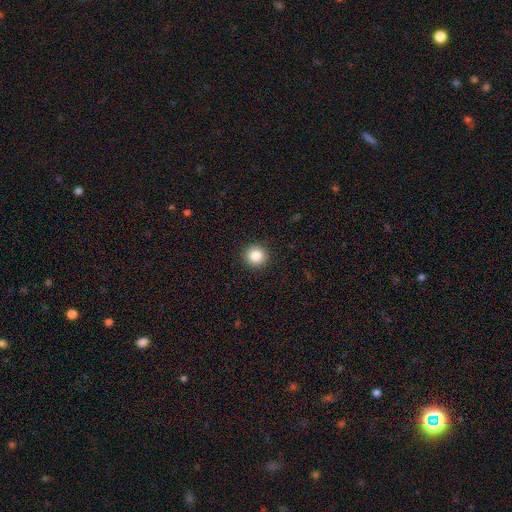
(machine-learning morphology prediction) Smooth or featured? Predicted: smooth (p=0.85). How rounded? Predicted: round (p=0.95). Merging? Predicted: none (p=0.93).